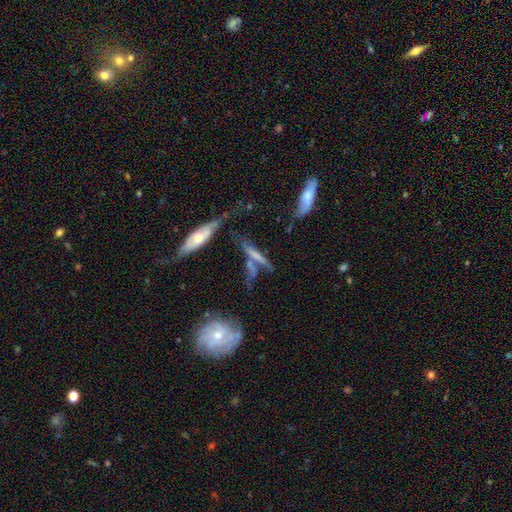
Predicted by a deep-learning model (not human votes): A featured or disk galaxy (47%). Merging: none (39%).